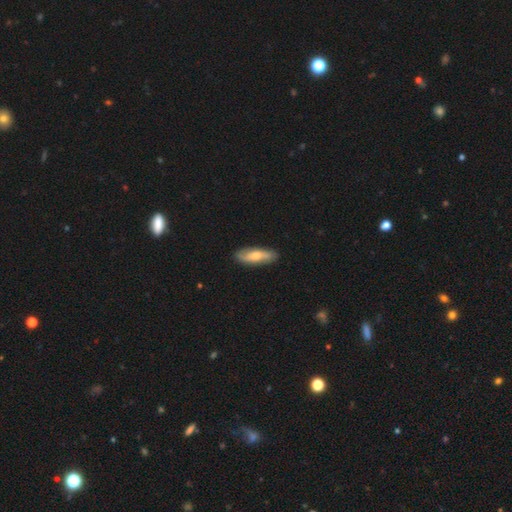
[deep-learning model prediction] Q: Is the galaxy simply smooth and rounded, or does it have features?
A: smooth — 50%.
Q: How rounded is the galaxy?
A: in between — 55%.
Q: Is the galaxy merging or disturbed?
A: none — 86%.